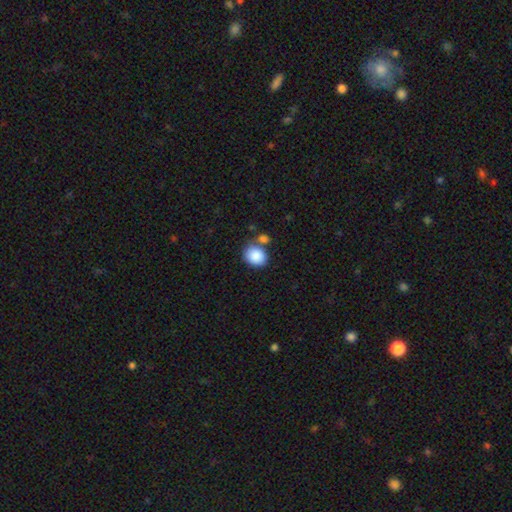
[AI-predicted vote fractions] The model was most divided on "how rounded": round: 60%, in between: 39%, cigar-shaped: 1%. More confident: smooth or featured — smooth (87%); merging — none (59%).